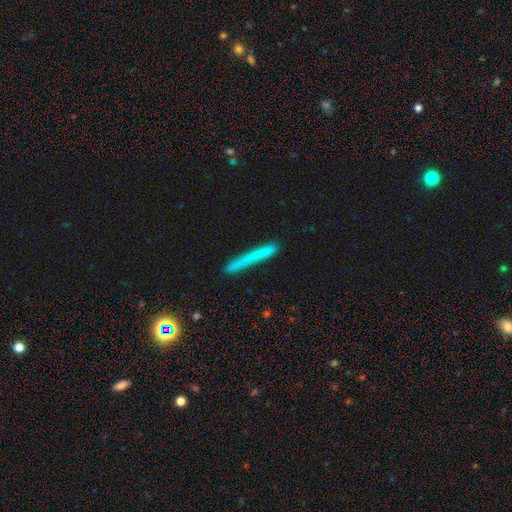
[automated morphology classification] Smooth or featured?
  - smooth: 64% *
  - featured or disk: 26%
  - star or artifact: 10%
How rounded?
  - cigar-shaped: 97% *
  - in between: 2%
  - round: 1%
Merging?
  - none: 83% *
  - minor disturbance: 12%
  - major disturbance: 3%
  - merger: 2%